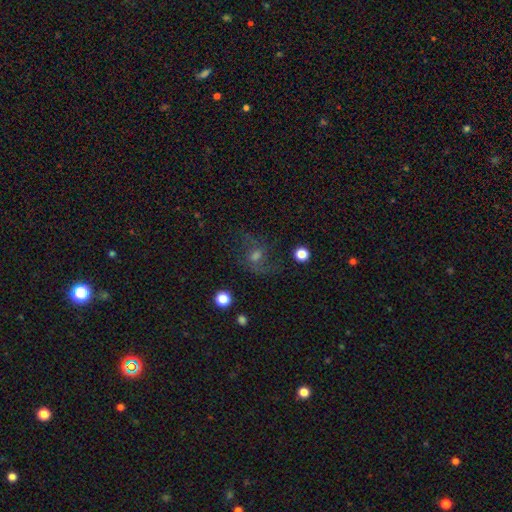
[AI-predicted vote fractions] smooth_or_featured: featured or disk (p=0.54) [alt: star or artifact p=0.25]
disk_edge_on: no (p=0.95) [alt: yes p=0.05]
bar: no (p=0.61) [alt: weak p=0.32]
has_spiral_arms: yes (p=0.84) [alt: no p=0.16]
bulge_size: moderate (p=0.54) [alt: small p=0.32]
merging: none (p=0.69) [alt: minor disturbance p=0.15]